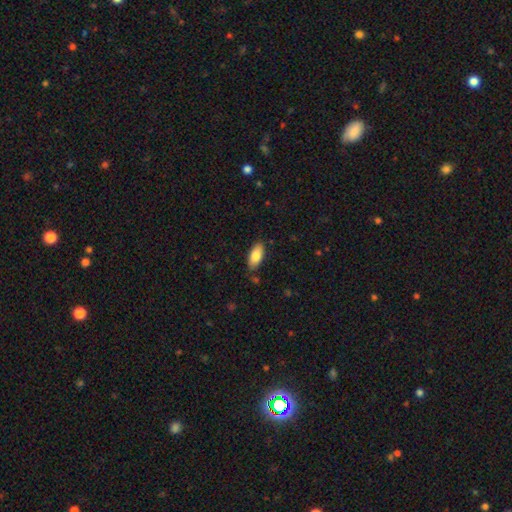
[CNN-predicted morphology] A smooth galaxy with no disk features (83%) that is in between round and cigar-shaped (88%).

Vote fractions:
- Smooth or featured? smooth: 83% / featured or disk: 10% / star or artifact: 6%
- How rounded? in between: 88% / cigar-shaped: 10% / round: 2%
- Merging? none: 84% / minor disturbance: 11% / major disturbance: 2% / merger: 2%